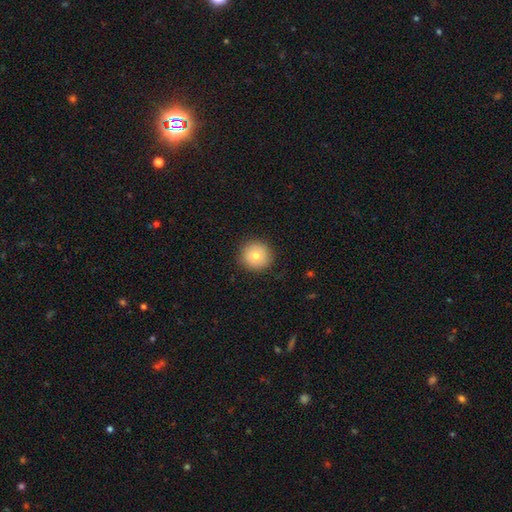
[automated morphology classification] The model was most divided on "smooth or featured": smooth: 73%, featured or disk: 18%, star or artifact: 9%. More confident: how rounded — round (95%); merging — none (89%).